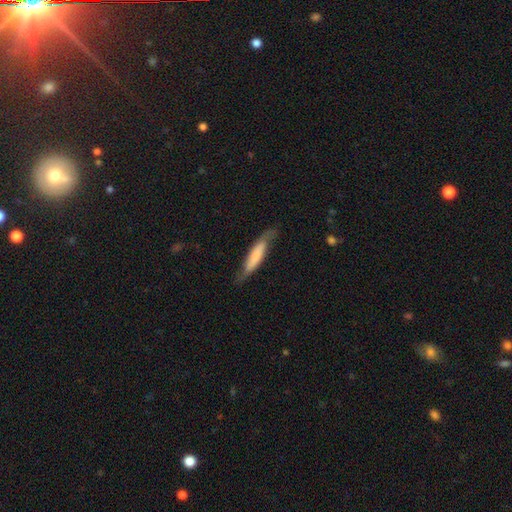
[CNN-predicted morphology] This is possibly a smooth galaxy (59%). How rounded: clearly cigar-shaped (80%). Merging: likely none (66%).